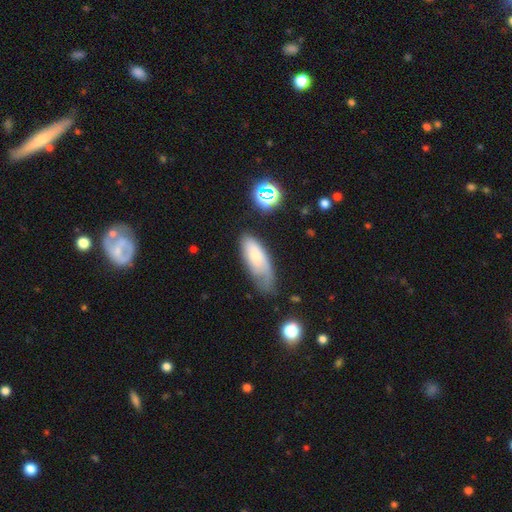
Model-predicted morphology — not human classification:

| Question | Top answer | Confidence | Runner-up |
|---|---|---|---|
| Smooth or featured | smooth | 58% | featured or disk (33%) |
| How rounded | in between | 78% | cigar-shaped (19%) |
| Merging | none | 39% | minor disturbance (36%) |